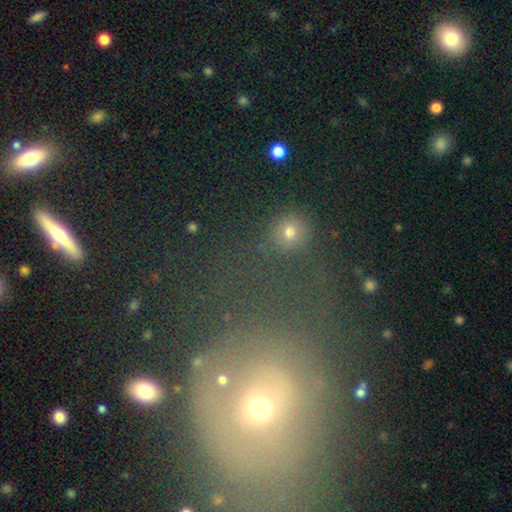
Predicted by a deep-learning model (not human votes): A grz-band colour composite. It shows a smooth galaxy with no disk features (53%) that is round (83%). Merging: none (70%).